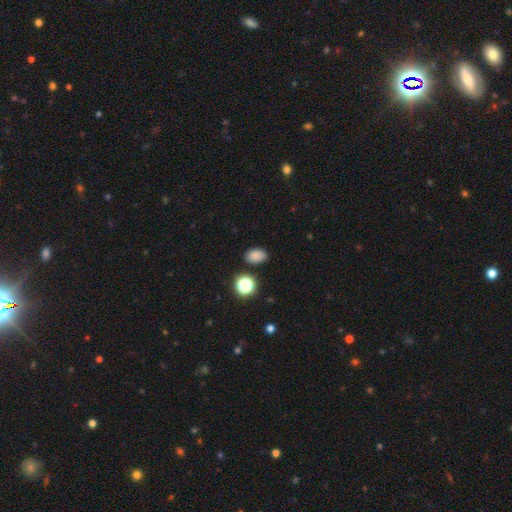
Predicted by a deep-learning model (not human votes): Smooth or featured: smooth — 82% (star or artifact — 14%)
How rounded: in between — 79% (round — 19%)
Merging: none — 84% (minor disturbance — 10%)